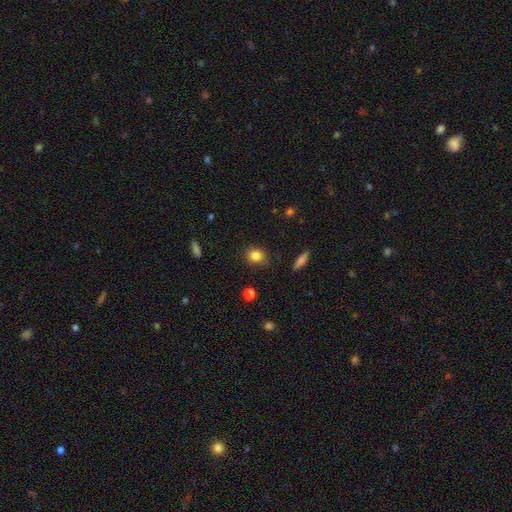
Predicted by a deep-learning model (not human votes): This is clearly a smooth galaxy (84%). How rounded: likely round (70%). Merging: clearly none (82%).